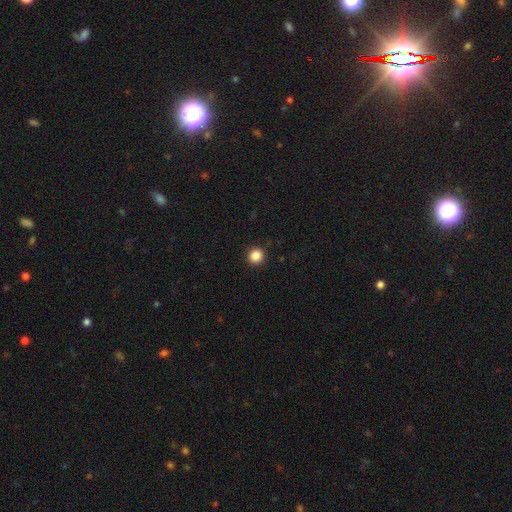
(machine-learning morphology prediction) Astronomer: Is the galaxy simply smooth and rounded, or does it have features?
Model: smooth — 86%.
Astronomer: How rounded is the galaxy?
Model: round — 95%.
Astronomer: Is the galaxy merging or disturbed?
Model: none — 93%.